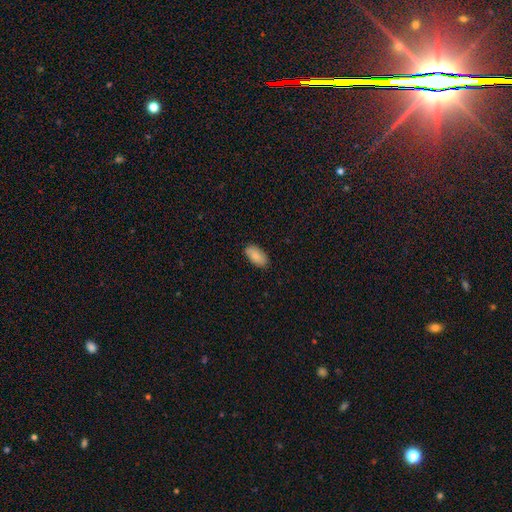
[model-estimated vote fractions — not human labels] A smooth galaxy with no disk features (87%) that is in between round and cigar-shaped (94%).

Vote fractions:
- Smooth or featured? smooth: 87% / featured or disk: 7% / star or artifact: 6%
- How rounded? in between: 94% / cigar-shaped: 4% / round: 2%
- Merging? none: 87% / minor disturbance: 10% / major disturbance: 2% / merger: 1%